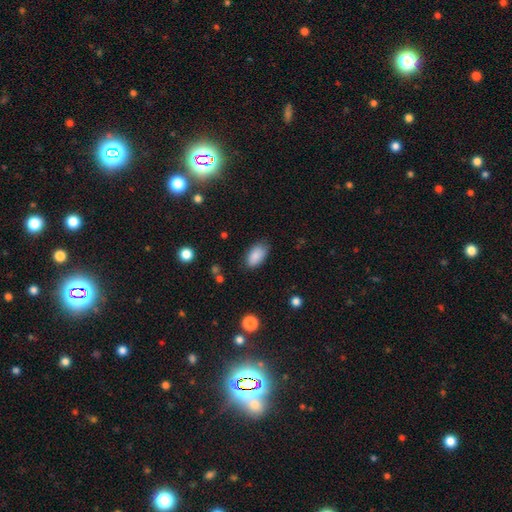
smooth_or_featured: smooth (p=0.89) [alt: featured or disk p=0.05]
how_rounded: in between (p=0.97) [alt: cigar-shaped p=0.03]
merging: none (p=0.86) [alt: minor disturbance p=0.11]